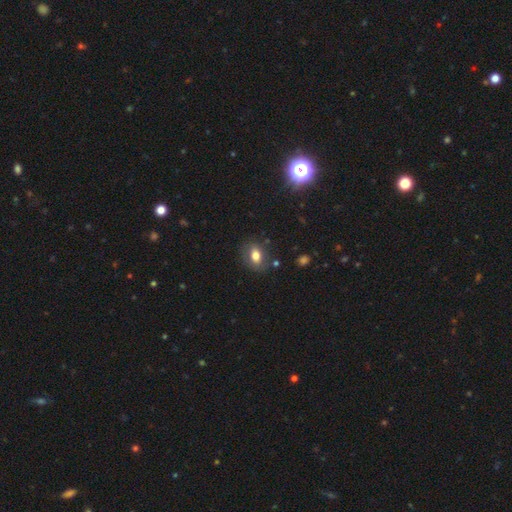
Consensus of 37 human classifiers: Q: Smooth or featured?
A: smooth (78%); runner-up: featured or disk (19%)
Q: How rounded?
A: in between (72%); runner-up: round (21%)
Q: Merging?
A: none (86%); runner-up: minor disturbance (8%)